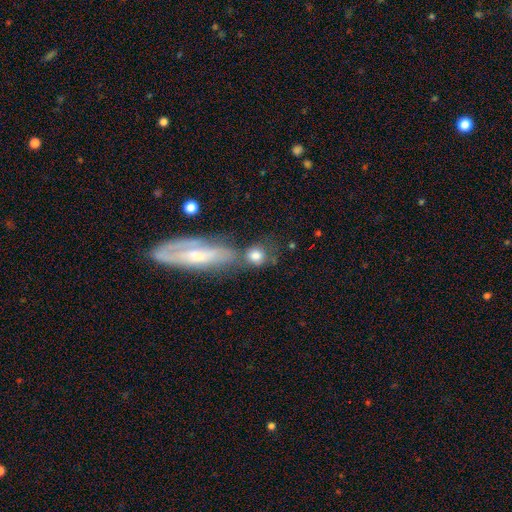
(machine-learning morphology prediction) A smooth galaxy with no disk features (72%) that is round (68%). Merging: none (42%).